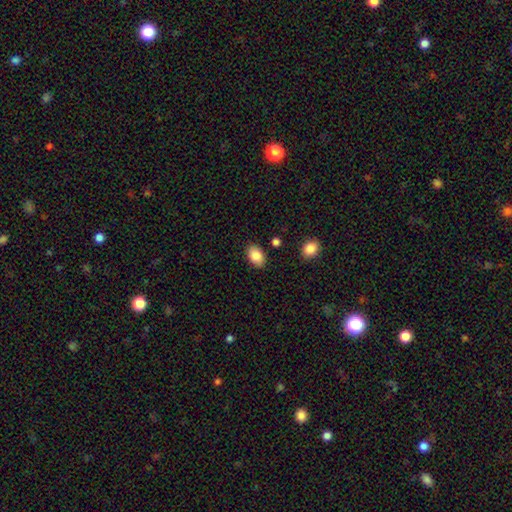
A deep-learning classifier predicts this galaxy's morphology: A smooth galaxy with no disk features (86%) that is in between round and cigar-shaped (89%).

Vote fractions:
- Smooth or featured? smooth: 86% / star or artifact: 7% / featured or disk: 6%
- How rounded? in between: 89% / round: 10% / cigar-shaped: 1%
- Merging? none: 86% / minor disturbance: 10% / merger: 2% / major disturbance: 2%